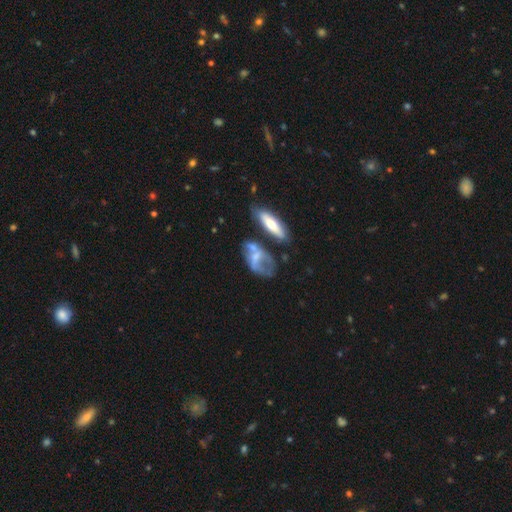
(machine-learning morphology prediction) smooth-or-featured: featured or disk: 48% | smooth: 42% | star or artifact: 10%
  merging: major disturbance: 29% | none: 27% | merger: 24% | minor disturbance: 20%